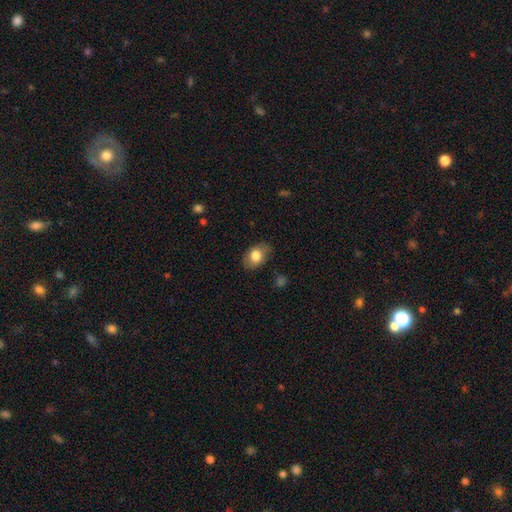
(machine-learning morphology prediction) This is likely a smooth galaxy (78%). How rounded: clearly in between (82%). Merging: clearly none (81%).